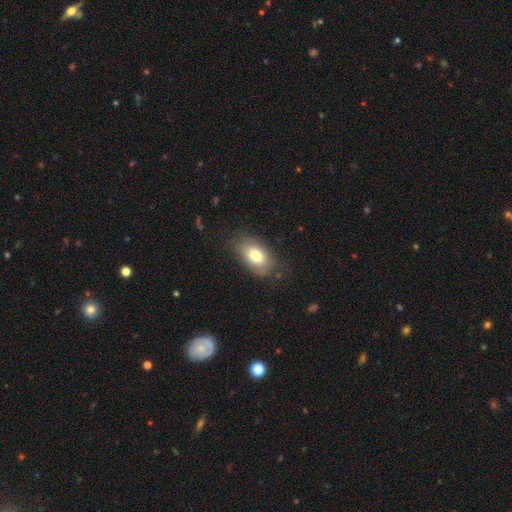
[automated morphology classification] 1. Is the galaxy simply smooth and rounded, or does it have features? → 76% smooth, 15% featured or disk, 9% star or artifact.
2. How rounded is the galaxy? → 88% in between, 10% round, 2% cigar-shaped.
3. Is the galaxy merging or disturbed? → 76% none, 17% minor disturbance, 6% major disturbance, 1% merger.